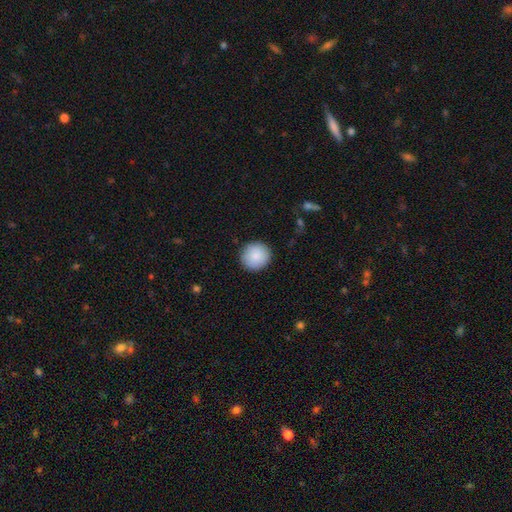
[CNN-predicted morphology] Smooth or featured: smooth — 88% (star or artifact — 7%)
How rounded: round — 94% (in between — 5%)
Merging: none — 90% (minor disturbance — 7%)